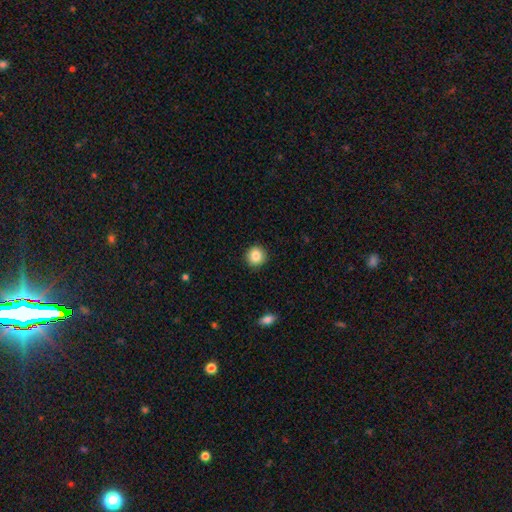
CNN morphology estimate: A smooth galaxy with no disk features (86%) that is round (92%). Merging: none (91%).